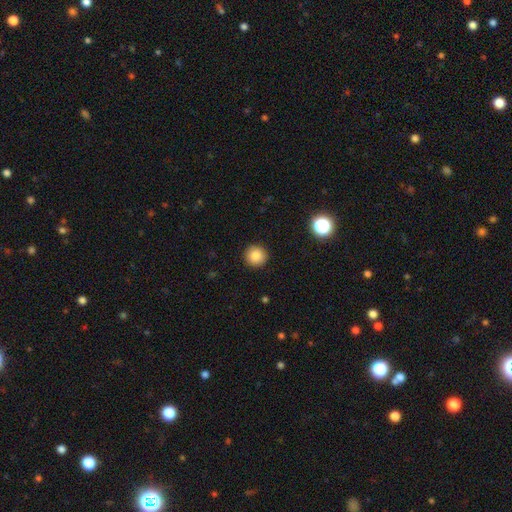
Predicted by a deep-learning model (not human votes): Smooth or featured? Predicted: smooth (p=0.85). How rounded? Predicted: round (p=0.95). Merging? Predicted: none (p=0.92).